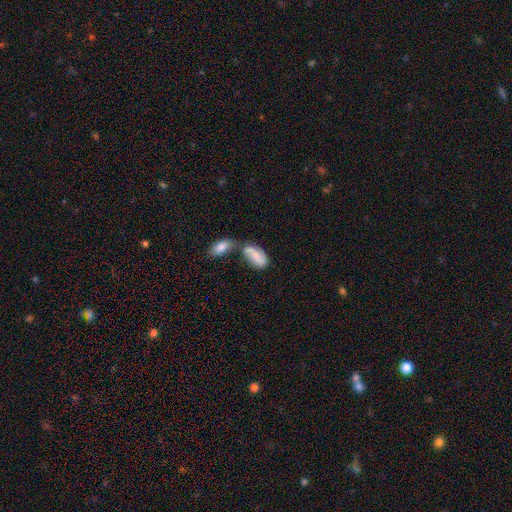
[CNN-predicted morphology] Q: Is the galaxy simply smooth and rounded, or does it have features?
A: smooth — 62%.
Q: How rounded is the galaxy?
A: in between — 90%.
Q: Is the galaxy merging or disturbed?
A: merger — 50%.